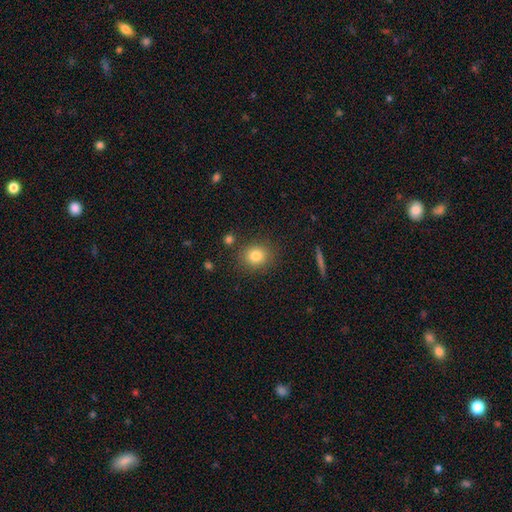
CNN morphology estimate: Smooth or featured: smooth — 82% (star or artifact — 11%)
How rounded: round — 78% (in between — 21%)
Merging: none — 85% (minor disturbance — 9%)